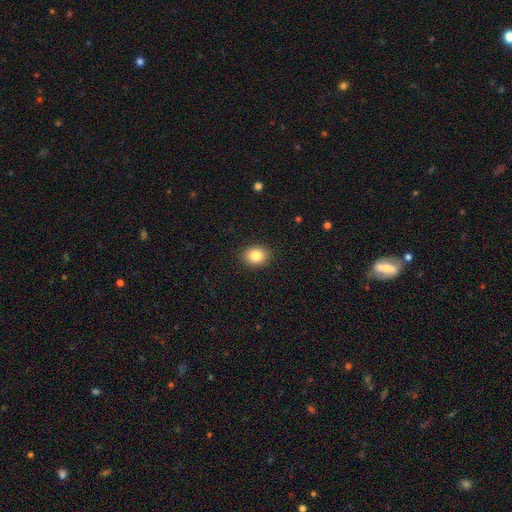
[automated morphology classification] Smooth or featured? Predicted: smooth (p=0.84). How rounded? Predicted: round (p=0.55). Merging? Predicted: none (p=0.90).